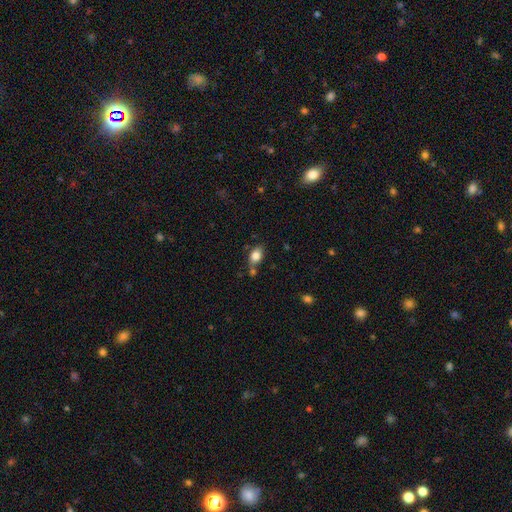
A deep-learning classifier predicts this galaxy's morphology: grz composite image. It shows a smooth galaxy with no disk features (82%) that is in between round and cigar-shaped (79%). Merging: none (64%).